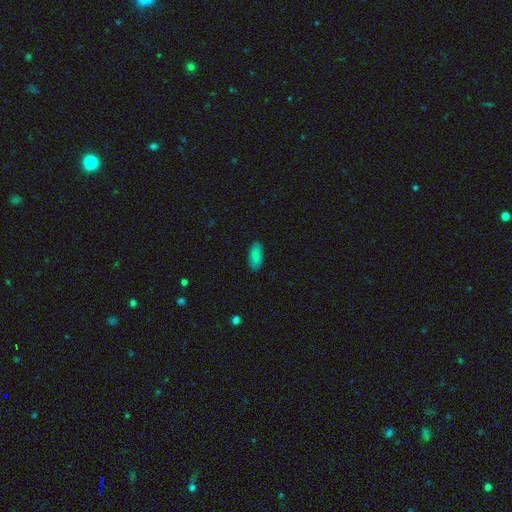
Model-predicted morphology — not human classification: The model was most divided on "smooth or featured": smooth: 83%, featured or disk: 10%, star or artifact: 7%. More confident: merging — none (87%); how rounded — in between (87%).